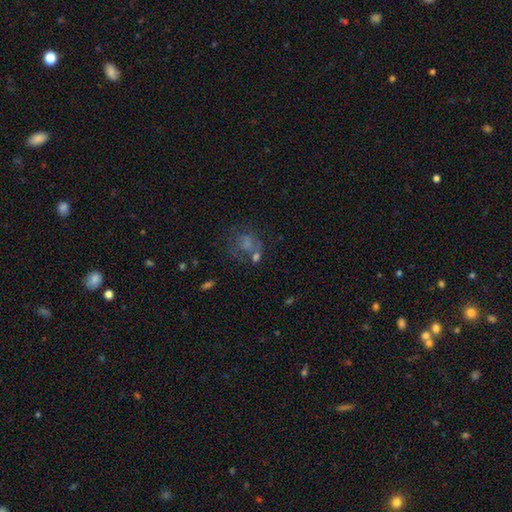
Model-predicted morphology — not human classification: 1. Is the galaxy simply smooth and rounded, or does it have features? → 45% smooth, 34% featured or disk, 21% star or artifact.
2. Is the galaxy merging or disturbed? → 43% none, 22% major disturbance, 18% minor disturbance, 17% merger.